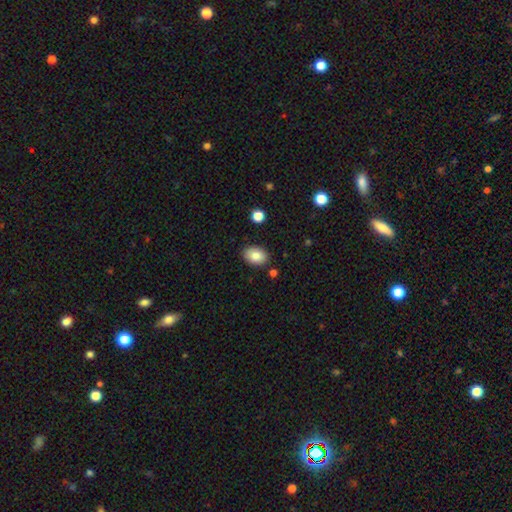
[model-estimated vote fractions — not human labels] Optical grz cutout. It shows a smooth galaxy with no disk features (85%) that is in between round and cigar-shaped (82%). Merging: none (86%).